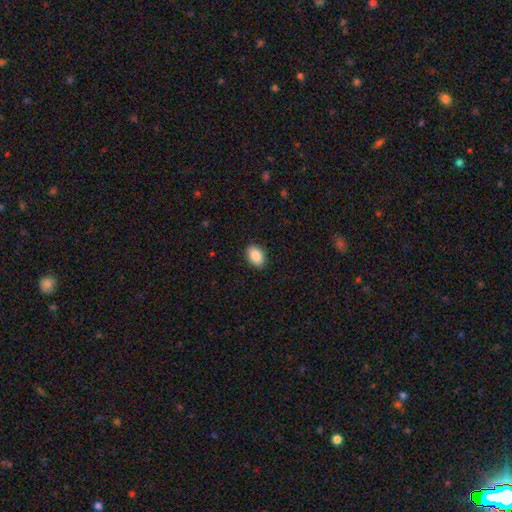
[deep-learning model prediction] Smooth or featured: smooth — 89% (star or artifact — 7%)
How rounded: in between — 88% (round — 11%)
Merging: none — 89% (minor disturbance — 8%)